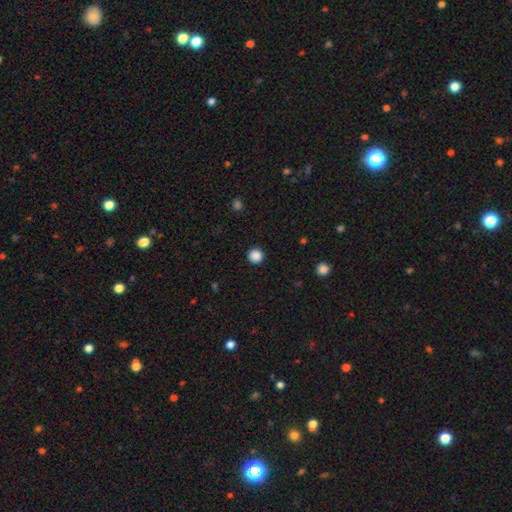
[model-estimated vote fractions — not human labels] This appears to be a smooth galaxy with no disk features (87%) that is round (95%). Merging: none (93%).